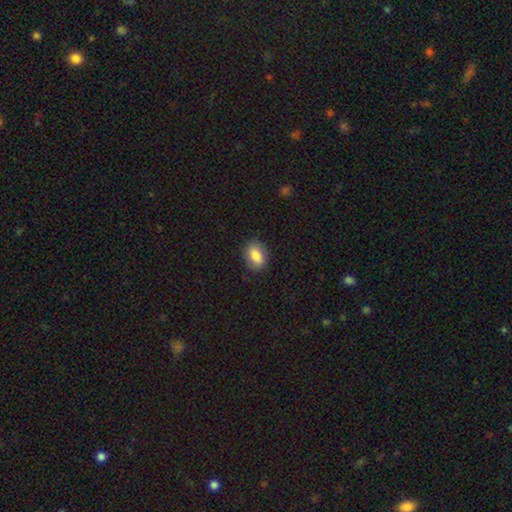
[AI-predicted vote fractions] Overall: smooth (85%). How rounded: in between (80%). Merging: none (84%).